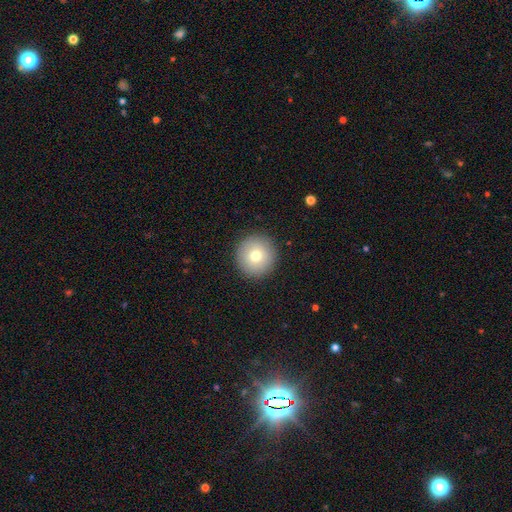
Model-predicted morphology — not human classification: Overall: smooth (75%). How rounded: round (95%). Merging: none (92%).